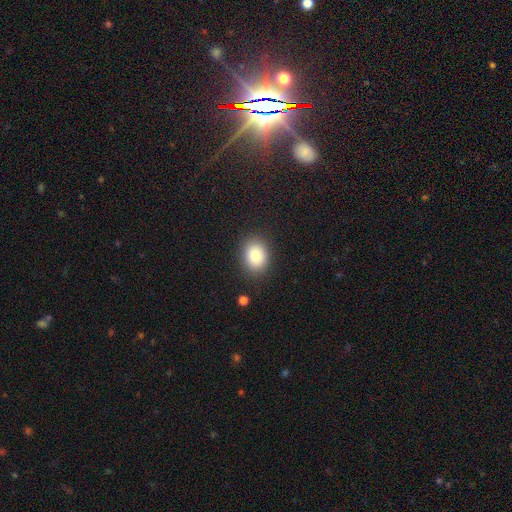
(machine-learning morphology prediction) Smooth or featured? Predicted: smooth (p=0.82). How rounded? Predicted: round (p=0.52). Merging? Predicted: none (p=0.87).